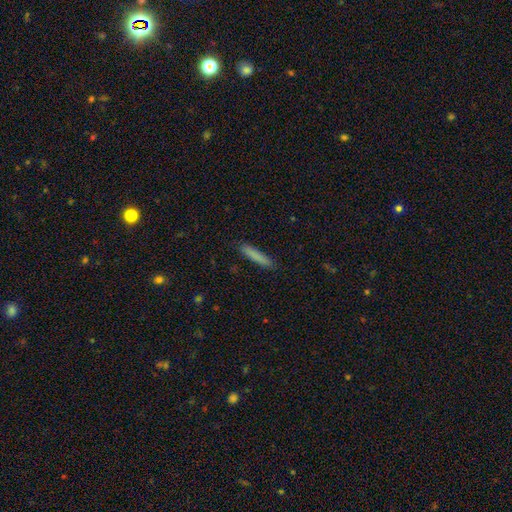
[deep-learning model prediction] Q: Smooth or featured?
A: smooth (84%); runner-up: featured or disk (9%)
Q: How rounded?
A: cigar-shaped (91%); runner-up: in between (7%)
Q: Merging?
A: none (88%); runner-up: minor disturbance (9%)